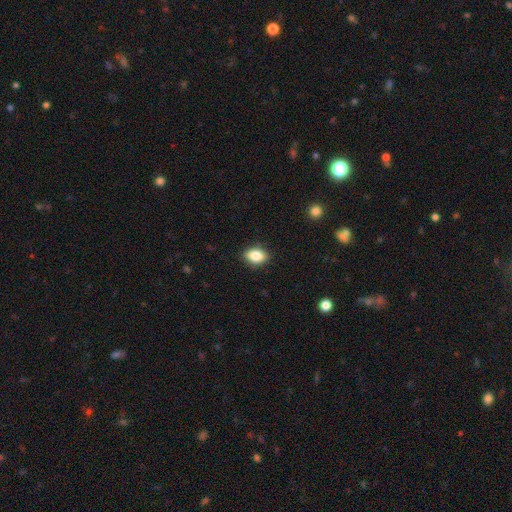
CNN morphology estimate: smooth_or_featured: smooth (p=0.84) [alt: star or artifact p=0.08]
how_rounded: in between (p=0.80) [alt: round p=0.18]
merging: none (p=0.87) [alt: minor disturbance p=0.10]